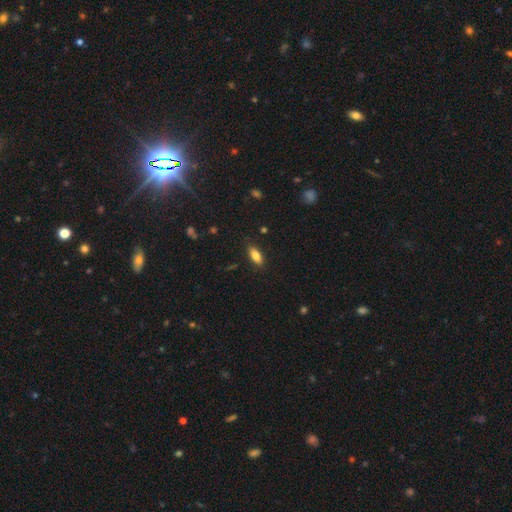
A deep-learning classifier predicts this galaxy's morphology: Smooth or featured? smooth (80%)
How rounded? in between (81%)
Merging? none (86%)